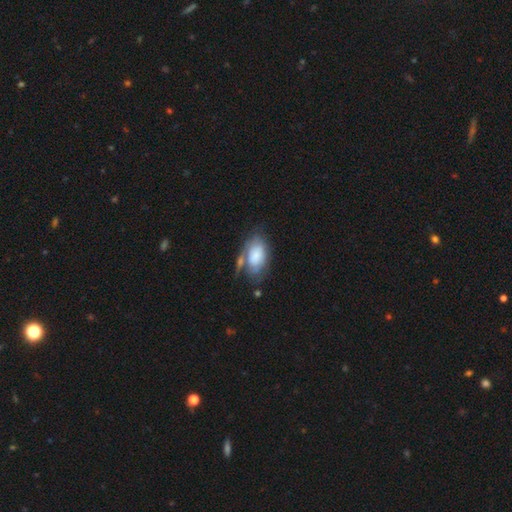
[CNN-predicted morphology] Smooth or featured? smooth (62%)
How rounded? in between (91%)
Merging? none (39%)